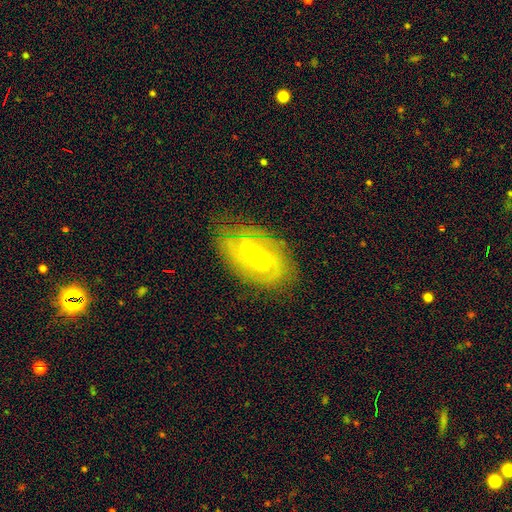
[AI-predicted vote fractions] A featured or disk galaxy (79%) with no bar (43%), 2 (37%) tight (65%) spiral arms (92%) and a small central bulge (62%). Merging: none (79%).